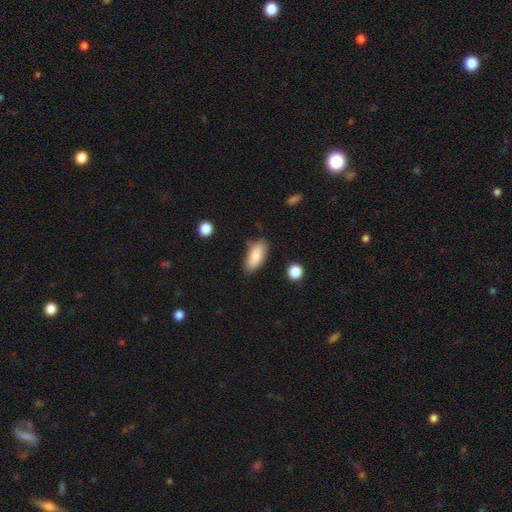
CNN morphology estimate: type=smooth (82%); roundness=in between (85%); merging=none (77%).